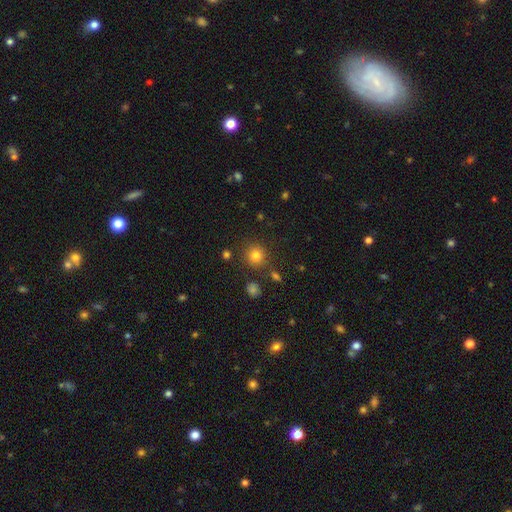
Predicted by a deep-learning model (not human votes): A smooth galaxy with no disk features (80%) that is round (93%). Merging: none (86%).